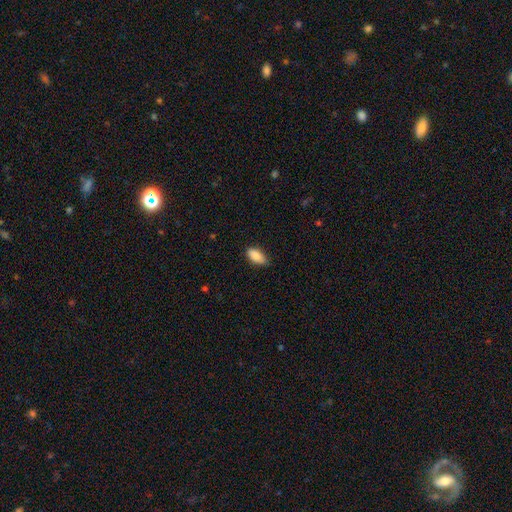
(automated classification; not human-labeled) smooth 87%, star or artifact 7%, featured or disk 6%. Down the decision tree: how rounded — in between (92%); merging — none (74%).